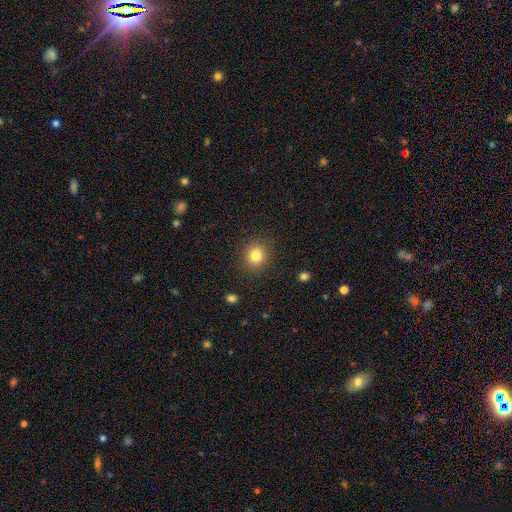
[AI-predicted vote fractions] Smooth or featured? Predicted: smooth (p=0.82). How rounded? Predicted: round (p=0.86). Merging? Predicted: none (p=0.89).